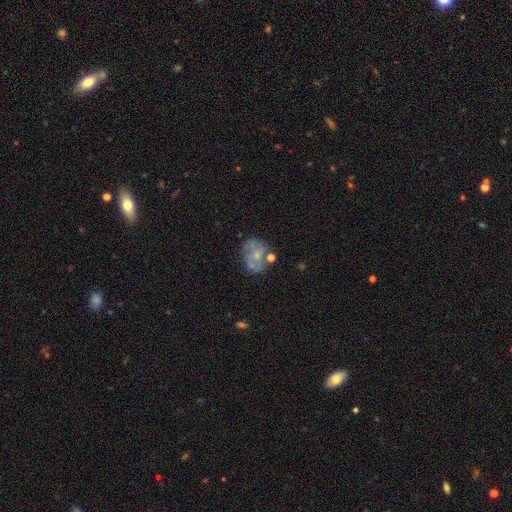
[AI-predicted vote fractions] Q: Smooth or featured?
A: featured or disk (59%); runner-up: smooth (32%)
Q: Edge-on disk?
A: no (98%); runner-up: yes (2%)
Q: Bar?
A: no (79%); runner-up: weak (18%)
Q: Spiral arms?
A: yes (64%); runner-up: no (36%)
Q: Bulge size?
A: small (60%); runner-up: moderate (29%)
Q: Merging?
A: none (55%); runner-up: minor disturbance (23%)